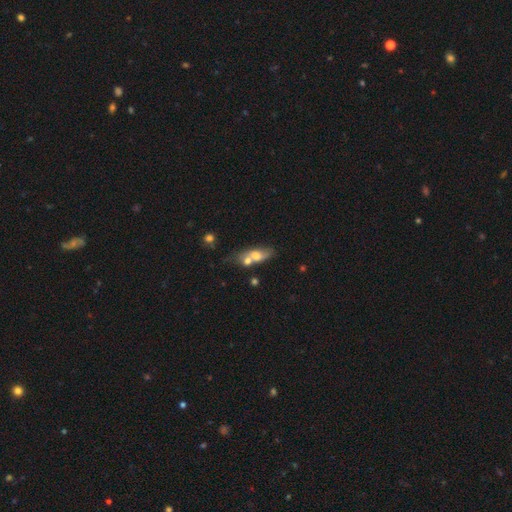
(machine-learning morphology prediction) smooth-or-featured: smooth: 60% | featured or disk: 31% | star or artifact: 9%
  how-rounded: in between: 68% | cigar-shaped: 21% | round: 11%
  merging: merger: 42% | none: 34% | minor disturbance: 16% | major disturbance: 9%